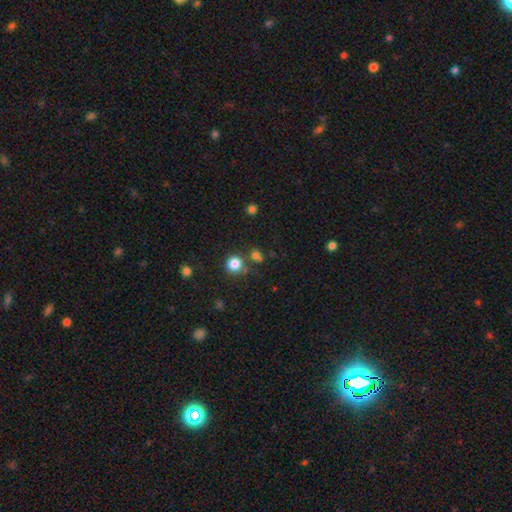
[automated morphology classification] This is likely a smooth galaxy (74%). How rounded: clearly round (82%). Merging: likely none (67%).